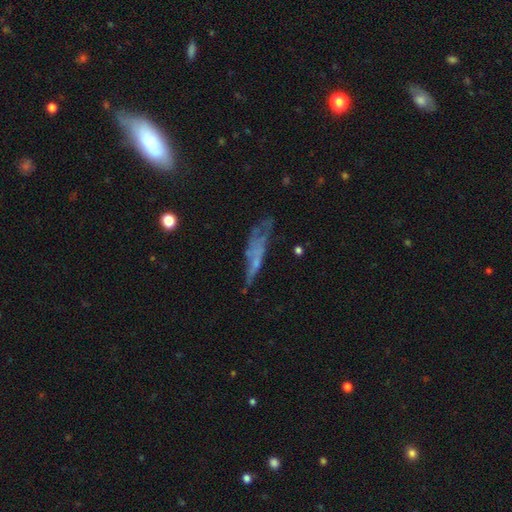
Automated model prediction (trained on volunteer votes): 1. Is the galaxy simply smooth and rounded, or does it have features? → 50% featured or disk, 35% smooth, 15% star or artifact.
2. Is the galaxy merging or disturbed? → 38% none, 29% major disturbance, 25% minor disturbance, 7% merger.